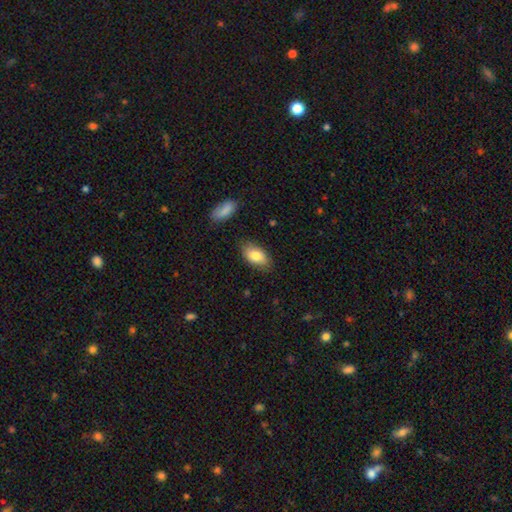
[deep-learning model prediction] smooth-or-featured: smooth: 81% | featured or disk: 13% | star or artifact: 7%
  how-rounded: in between: 92% | round: 4% | cigar-shaped: 3%
  merging: none: 82% | minor disturbance: 14% | major disturbance: 3% | merger: 2%